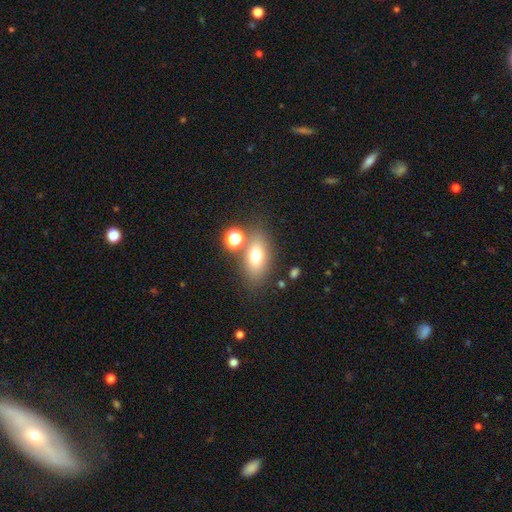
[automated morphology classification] smooth_or_featured: smooth (p=0.70) [alt: featured or disk p=0.17]
how_rounded: in between (p=0.79) [alt: round p=0.15]
merging: none (p=0.70) [alt: merger p=0.12]